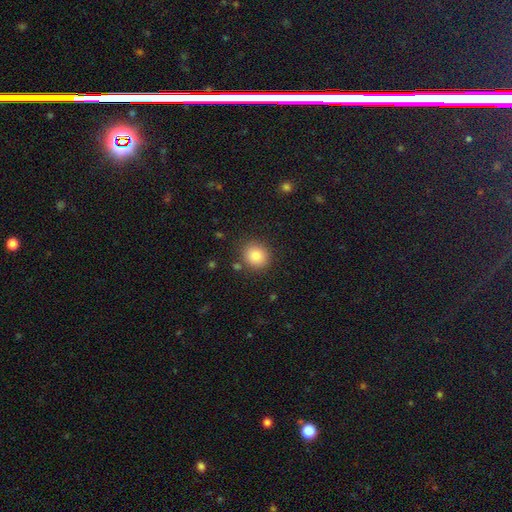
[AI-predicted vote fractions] A smooth galaxy with no disk features (85%) that is round (84%). Merging: none (86%).